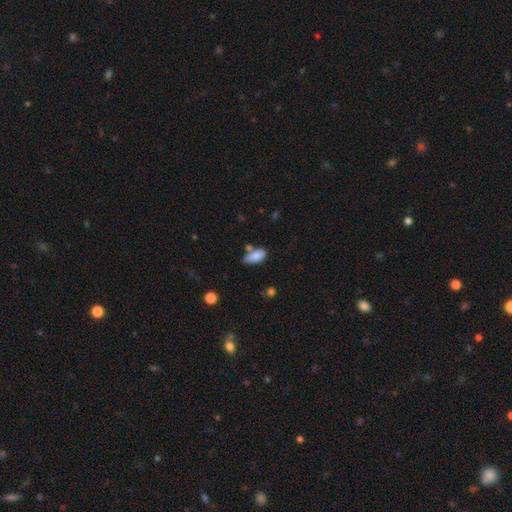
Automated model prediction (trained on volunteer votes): A smooth galaxy with no disk features (82%) that is in between round and cigar-shaped (90%). Merging: none (51%).